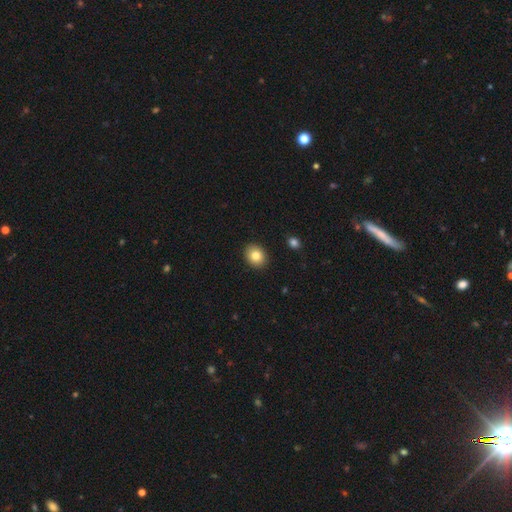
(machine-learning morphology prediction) Smooth or featured?
  - smooth: 82% *
  - star or artifact: 9%
  - featured or disk: 8%
How rounded?
  - round: 53% *
  - in between: 46%
  - cigar-shaped: 1%
Merging?
  - none: 91% *
  - minor disturbance: 6%
  - major disturbance: 2%
  - merger: 1%